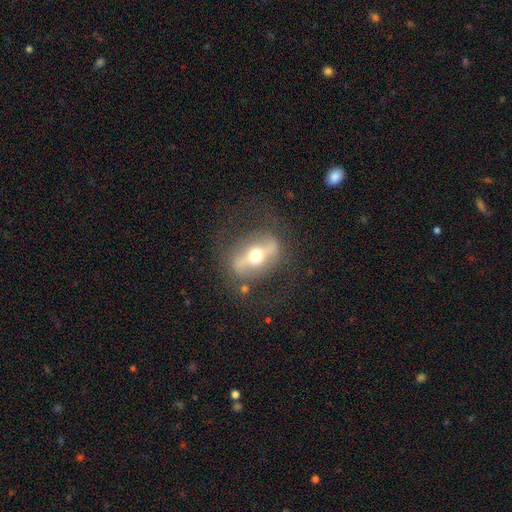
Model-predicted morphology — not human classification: Q: Smooth or featured?
A: featured or disk (70%); runner-up: smooth (23%)
Q: Edge-on disk?
A: no (64%); runner-up: yes (36%)
Q: Merging?
A: none (76%); runner-up: minor disturbance (13%)